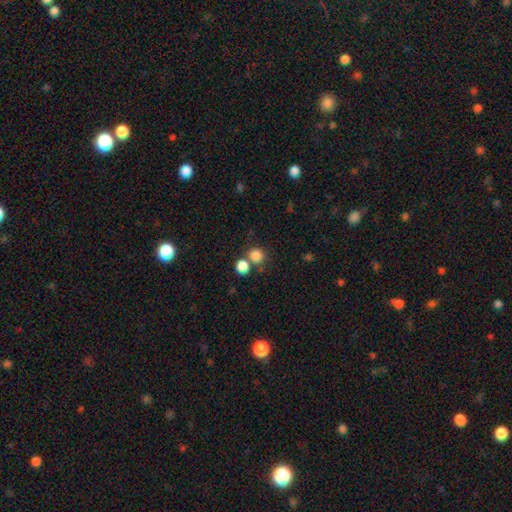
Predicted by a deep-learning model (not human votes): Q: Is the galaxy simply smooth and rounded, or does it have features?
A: smooth — 82%.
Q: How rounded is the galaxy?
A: round — 87%.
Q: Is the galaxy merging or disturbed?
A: none — 60%.